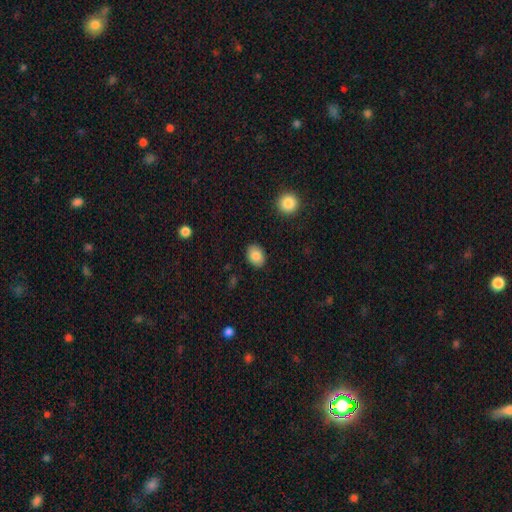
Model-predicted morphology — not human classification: A smooth galaxy with no disk features (86%) that is in between round and cigar-shaped (68%).

Vote fractions:
- Smooth or featured? smooth: 86% / star or artifact: 8% / featured or disk: 6%
- How rounded? in between: 68% / round: 31% / cigar-shaped: 1%
- Merging? none: 88% / minor disturbance: 8% / major disturbance: 2% / merger: 1%